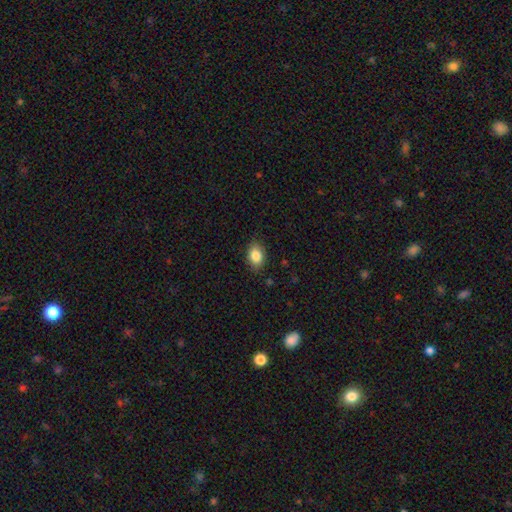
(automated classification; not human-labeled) Overall: smooth (85%). How rounded: in between (82%). Merging: none (85%).